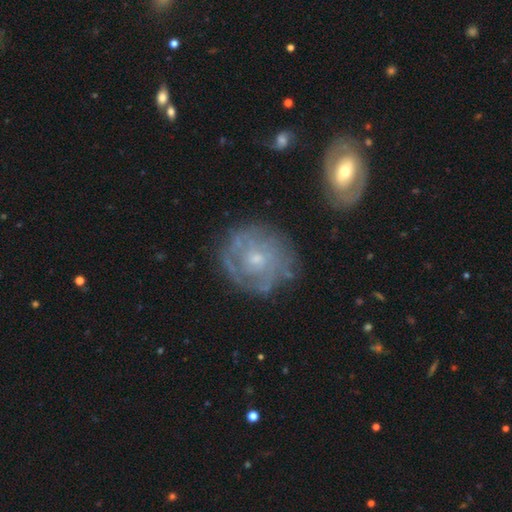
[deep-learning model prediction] Q: Smooth or featured?
A: featured or disk (70%); runner-up: smooth (20%)
Q: Edge-on disk?
A: no (96%); runner-up: yes (4%)
Q: Bar?
A: no (77%); runner-up: weak (19%)
Q: Spiral arms?
A: yes (80%); runner-up: no (20%)
Q: Spiral winding?
A: tight (72%); runner-up: medium (21%)
Q: Spiral arm count?
A: can't tell (50%); runner-up: 2 (19%)
Q: Bulge size?
A: small (62%); runner-up: moderate (33%)
Q: Merging?
A: none (77%); runner-up: minor disturbance (15%)